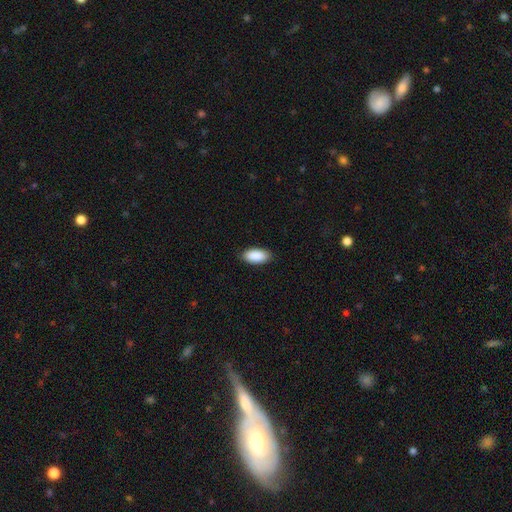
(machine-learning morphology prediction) Smooth or featured? smooth (91%)
How rounded? in between (93%)
Merging? none (87%)